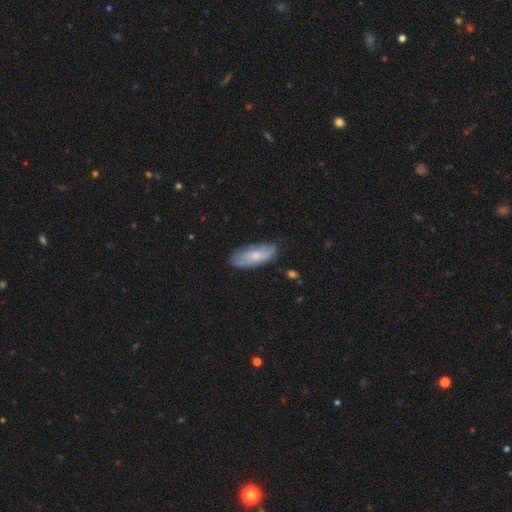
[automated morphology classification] This appears to be a smooth galaxy with no disk features (64%) that is in between round and cigar-shaped (76%). Merging: none (72%).